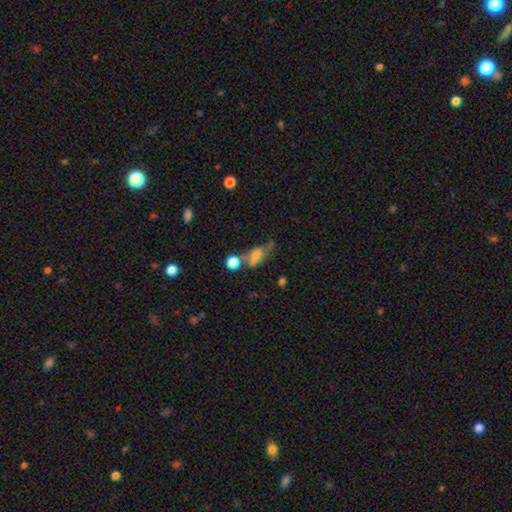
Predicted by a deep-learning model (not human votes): Smooth or featured?
  - smooth: 55% *
  - featured or disk: 32%
  - star or artifact: 13%
How rounded?
  - in between: 71% *
  - cigar-shaped: 15%
  - round: 14%
Merging?
  - none: 37% *
  - merger: 25%
  - minor disturbance: 21%
  - major disturbance: 17%